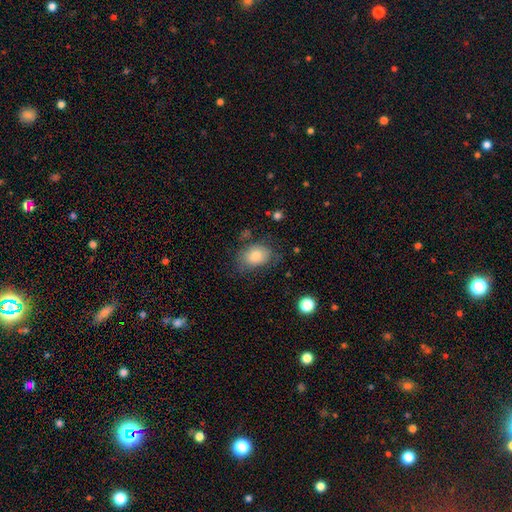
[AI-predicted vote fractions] Smooth or featured? smooth (79%)
How rounded? in between (71%)
Merging? none (65%)